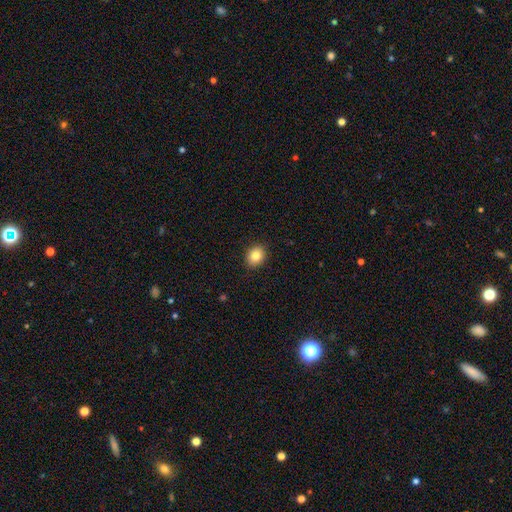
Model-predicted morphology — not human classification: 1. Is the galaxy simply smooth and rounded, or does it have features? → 83% smooth, 10% star or artifact, 7% featured or disk.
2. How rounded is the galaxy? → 58% round, 41% in between, 1% cigar-shaped.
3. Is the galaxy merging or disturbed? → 90% none, 7% minor disturbance, 2% major disturbance, 1% merger.